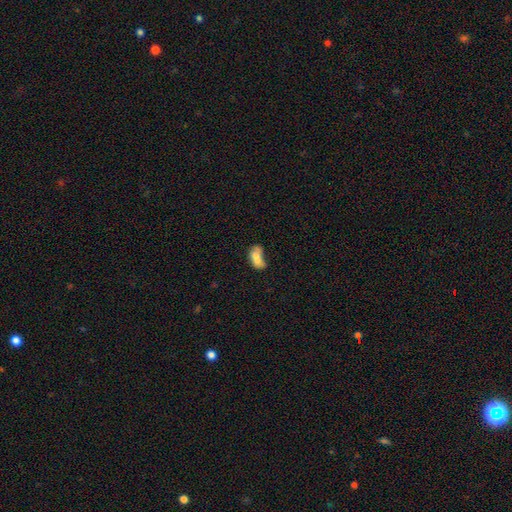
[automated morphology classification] Overall: smooth (65%; featured or disk 26%). How rounded: in between (83%). Merging: merger (52%; none 20%).